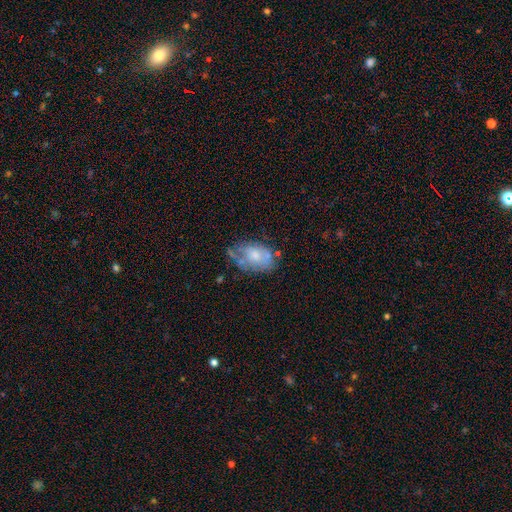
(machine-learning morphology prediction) Q: Smooth or featured?
A: smooth (49%); runner-up: featured or disk (43%)
Q: Merging?
A: none (43%); runner-up: minor disturbance (31%)